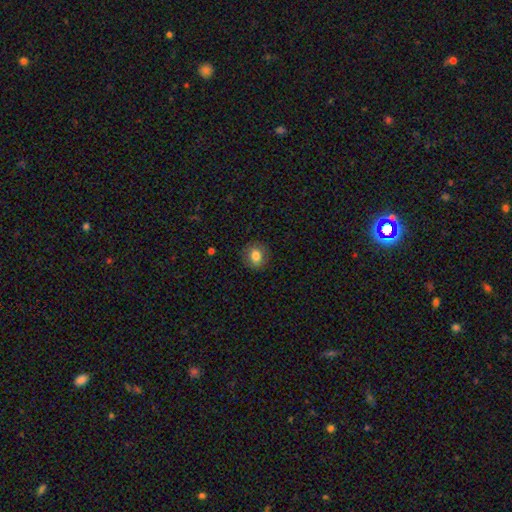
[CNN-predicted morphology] Smooth or featured? Predicted: smooth (p=0.80). How rounded? Predicted: round (p=0.74). Merging? Predicted: none (p=0.86).